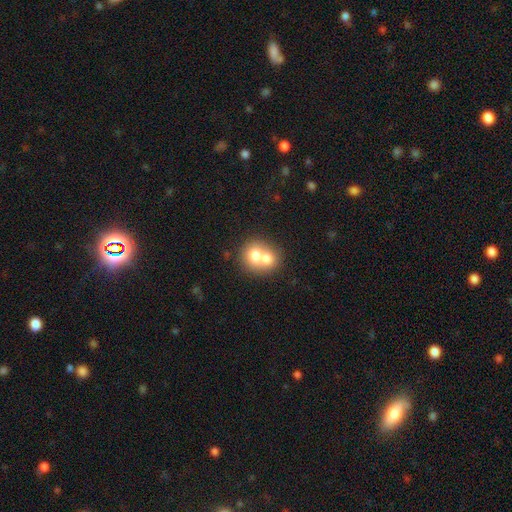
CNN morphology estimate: type=smooth (68%); roundness=round (73%); merging=merger (68%).